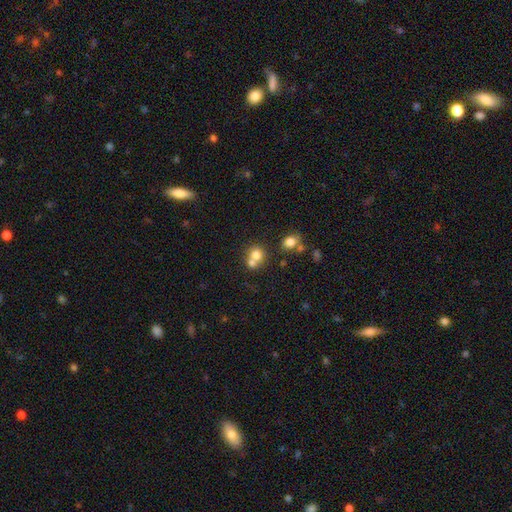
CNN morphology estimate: Smooth or featured? Predicted: smooth (p=0.73). How rounded? Predicted: round (p=0.79). Merging? Predicted: merger (p=0.53).